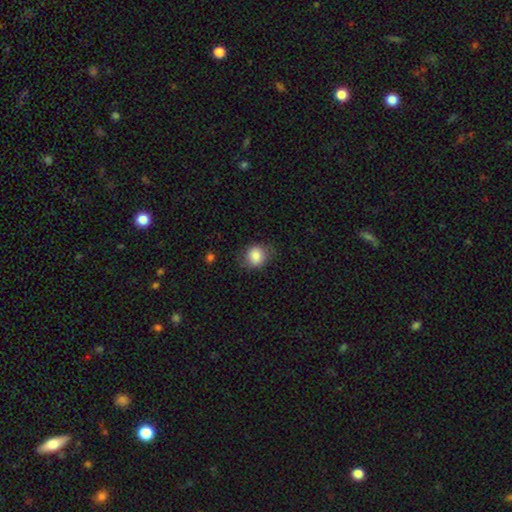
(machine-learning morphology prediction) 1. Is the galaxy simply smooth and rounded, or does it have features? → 84% smooth, 8% star or artifact, 7% featured or disk.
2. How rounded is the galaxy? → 69% round, 30% in between, 1% cigar-shaped.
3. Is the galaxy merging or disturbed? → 74% none, 19% minor disturbance, 6% major disturbance, 1% merger.